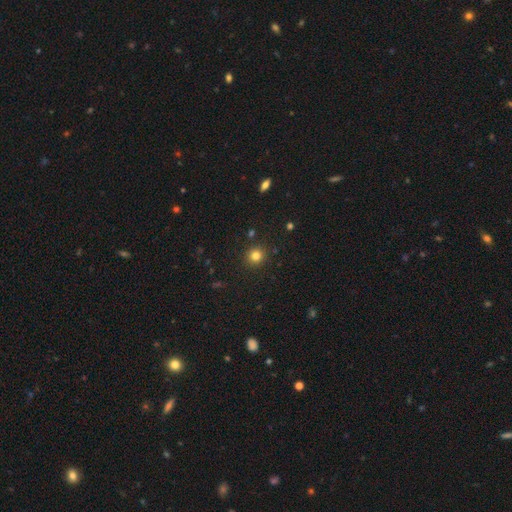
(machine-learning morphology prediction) This is clearly a smooth galaxy (81%). How rounded: clearly round (91%). Merging: clearly none (90%).